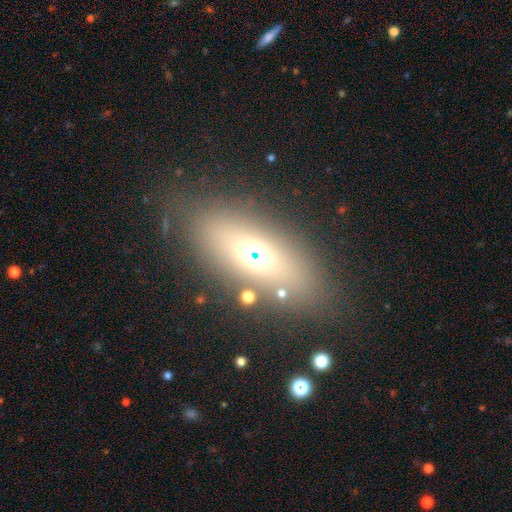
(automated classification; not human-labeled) The model was most divided on "smooth or featured": smooth: 53%, featured or disk: 30%, star or artifact: 17%. More confident: merging — none (79%); how rounded — in between (69%).